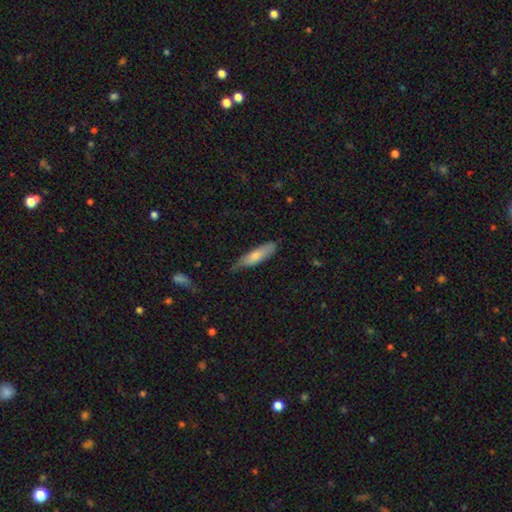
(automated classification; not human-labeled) Overall: smooth (72%). How rounded: cigar-shaped (64%; in between 34%). Merging: none (62%; minor disturbance 30%).